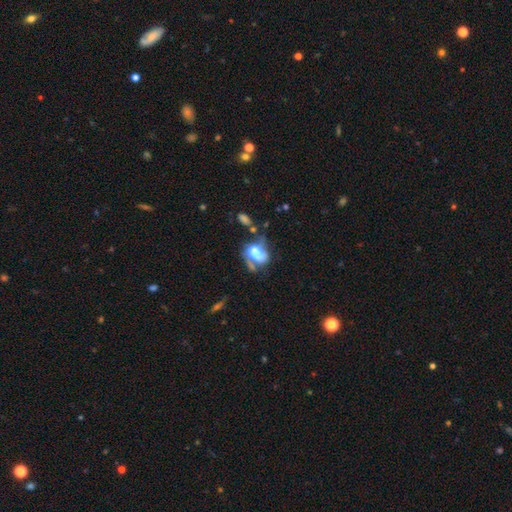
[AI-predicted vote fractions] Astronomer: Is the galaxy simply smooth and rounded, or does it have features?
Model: smooth — 51% (runner-up: featured or disk, 37%).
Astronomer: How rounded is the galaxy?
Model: in between — 77%.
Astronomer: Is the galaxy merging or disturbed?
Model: merger — 34% (runner-up: major disturbance, 27%).